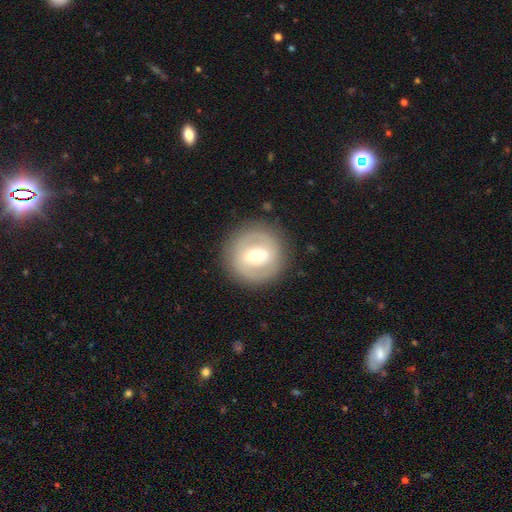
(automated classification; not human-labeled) Smooth or featured?
  - featured or disk: 58% *
  - smooth: 35%
  - star or artifact: 7%
Edge-on disk?
  - no: 95% *
  - yes: 5%
Bar?
  - weak: 44% *
  - strong: 37%
  - no: 19%
Spiral arms?
  - no: 54% *
  - yes: 46%
Bulge size?
  - moderate: 61% *
  - small: 28%
  - large: 8%
  - dominant: 1%
  - none: 1%
Merging?
  - none: 86% *
  - minor disturbance: 8%
  - major disturbance: 4%
  - merger: 1%